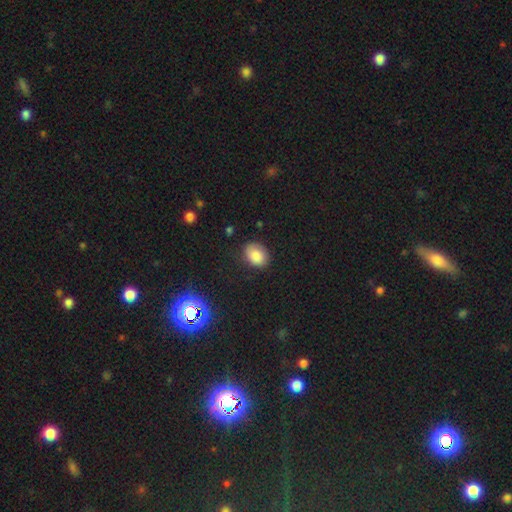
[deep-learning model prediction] A smooth galaxy with no disk features (84%) that is in between round and cigar-shaped (64%). Merging: none (80%).